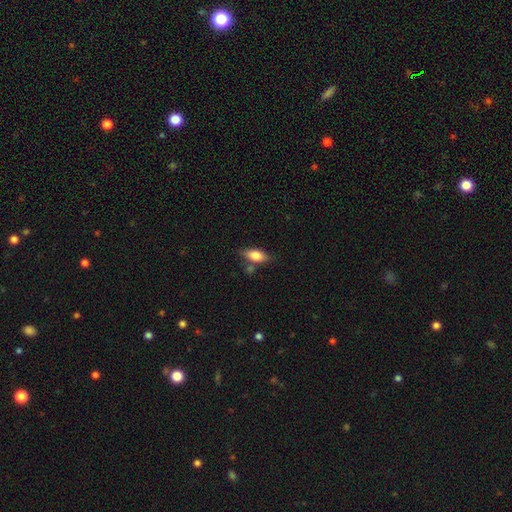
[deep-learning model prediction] This is likely a smooth galaxy (78%). How rounded: clearly in between (83%). Merging: likely none (69%).